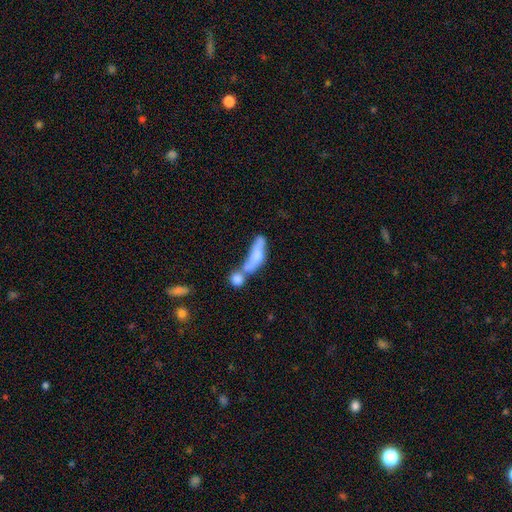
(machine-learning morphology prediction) Smooth or featured? smooth (64%)
How rounded? cigar-shaped (55%)
Merging? merger (61%)